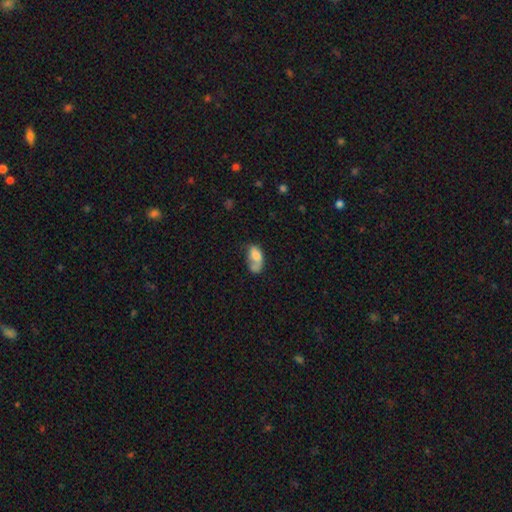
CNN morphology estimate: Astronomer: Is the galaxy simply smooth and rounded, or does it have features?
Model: smooth — 63%.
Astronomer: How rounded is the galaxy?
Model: in between — 89%.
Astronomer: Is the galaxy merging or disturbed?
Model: none — 28% (runner-up: major disturbance, 26%).